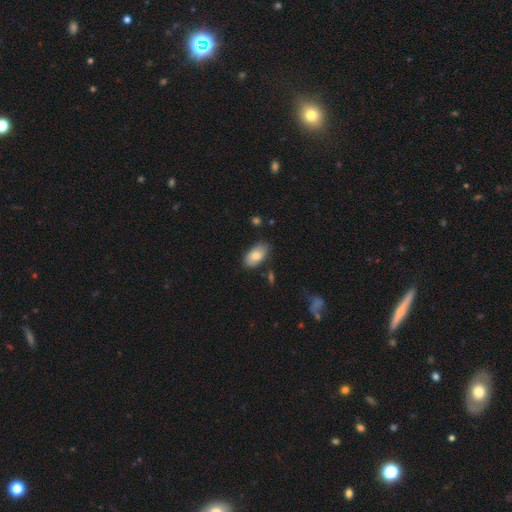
smooth-or-featured: smooth: 85% | featured or disk: 10% | star or artifact: 5%
  how-rounded: in between: 88% | round: 9% | cigar-shaped: 3%
  merging: none: 74% | minor disturbance: 21% | major disturbance: 5% | merger: 0%